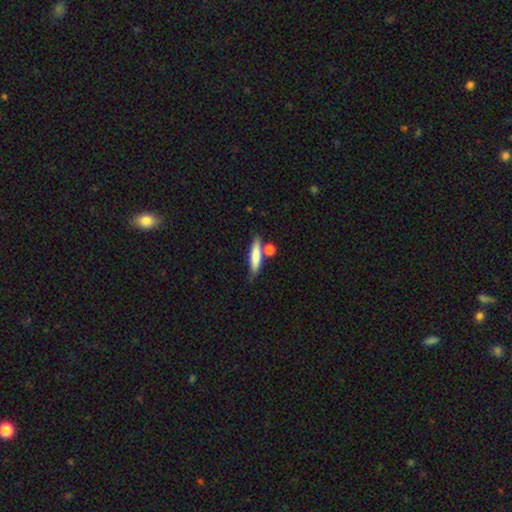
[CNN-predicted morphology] smooth 76%, featured or disk 18%, star or artifact 6%. Down the decision tree: how rounded — cigar-shaped (76%); merging — none (65%).